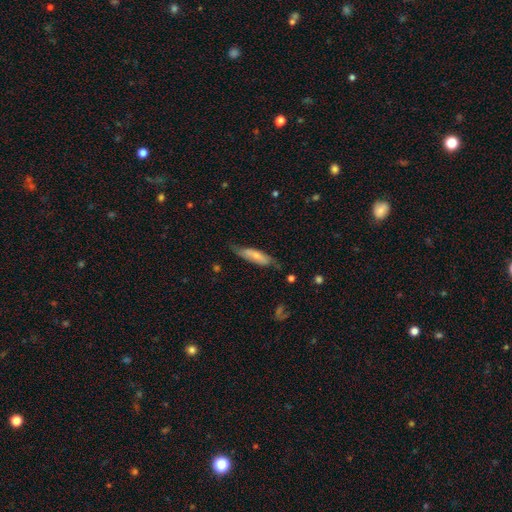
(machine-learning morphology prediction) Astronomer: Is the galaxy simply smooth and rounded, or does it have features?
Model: smooth — 57% (runner-up: featured or disk, 37%).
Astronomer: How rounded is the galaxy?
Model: cigar-shaped — 64%.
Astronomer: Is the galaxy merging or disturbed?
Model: none — 65%.